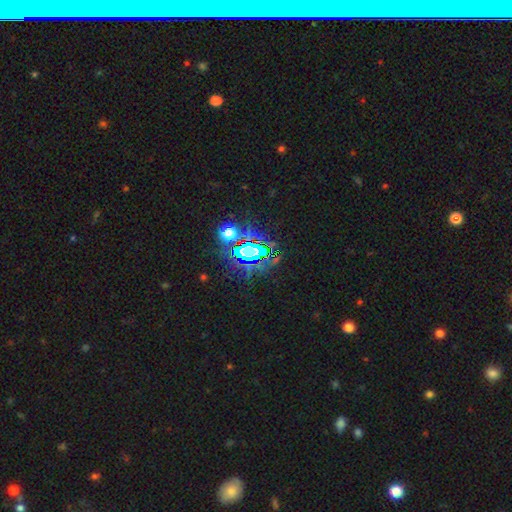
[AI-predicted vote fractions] A star or artifact, not a galaxy (75%).

Vote fractions:
- Smooth or featured? star or artifact: 75% / smooth: 14% / featured or disk: 11%